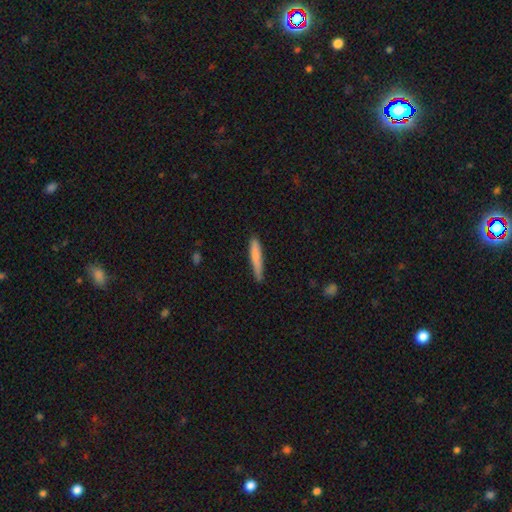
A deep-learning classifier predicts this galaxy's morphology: Smooth or featured? Predicted: smooth (p=0.78). How rounded? Predicted: cigar-shaped (p=0.92). Merging? Predicted: none (p=0.78).